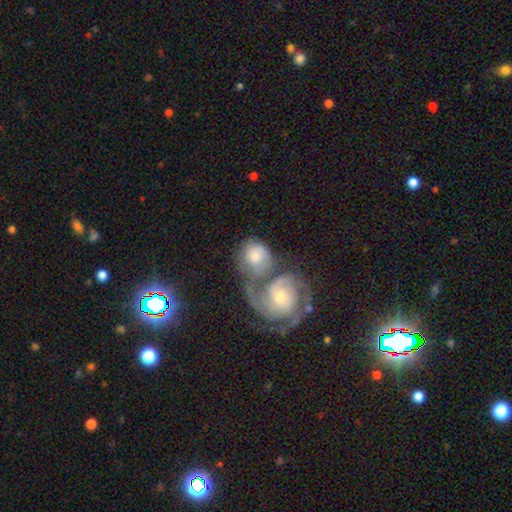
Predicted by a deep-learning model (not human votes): The model was most divided on "smooth or featured": featured or disk: 50%, smooth: 44%, star or artifact: 7%. More confident: merging — merger (65%).